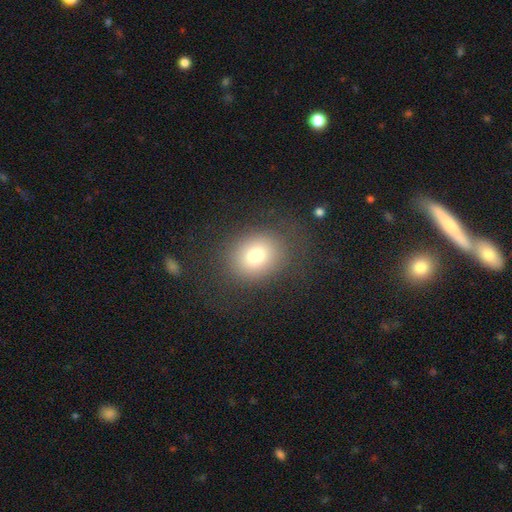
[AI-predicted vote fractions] Smooth or featured? Predicted: smooth (p=0.77). How rounded? Predicted: round (p=0.57). Merging? Predicted: none (p=0.78).